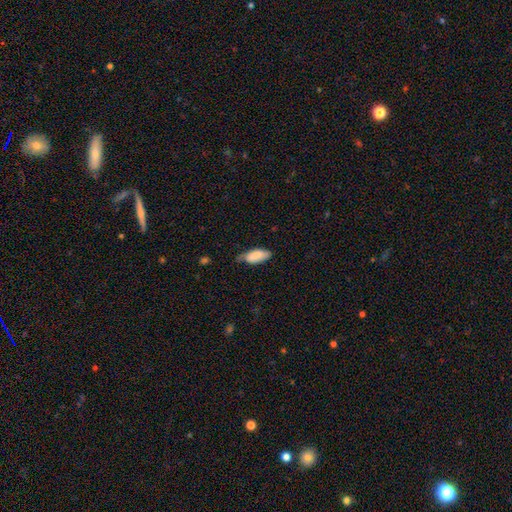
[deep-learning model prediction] smooth 80%, featured or disk 14%, star or artifact 6%. Down the decision tree: how rounded — in between (85%); merging — none (48%).